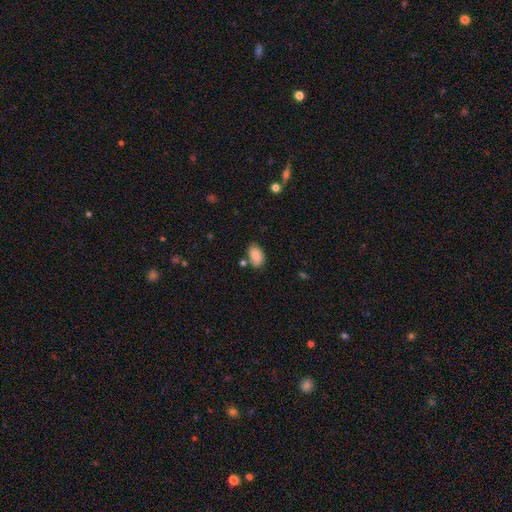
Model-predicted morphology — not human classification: smooth_or_featured: smooth (p=0.86) [alt: star or artifact p=0.08]
how_rounded: in between (p=0.91) [alt: round p=0.07]
merging: none (p=0.70) [alt: minor disturbance p=0.18]